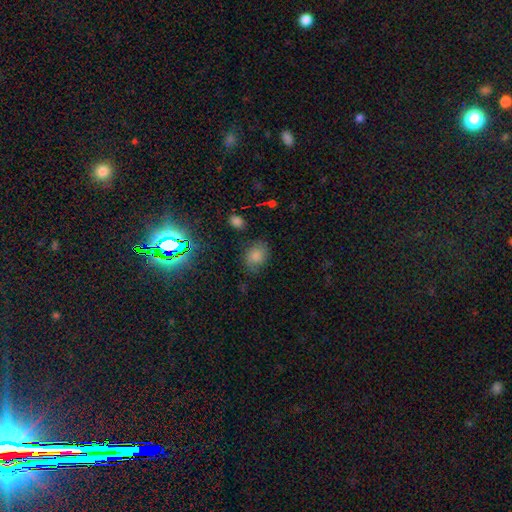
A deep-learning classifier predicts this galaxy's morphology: smooth-or-featured: smooth: 67% | star or artifact: 21% | featured or disk: 13%
  how-rounded: in between: 57% | round: 41% | cigar-shaped: 1%
  merging: none: 72% | minor disturbance: 20% | major disturbance: 6% | merger: 2%